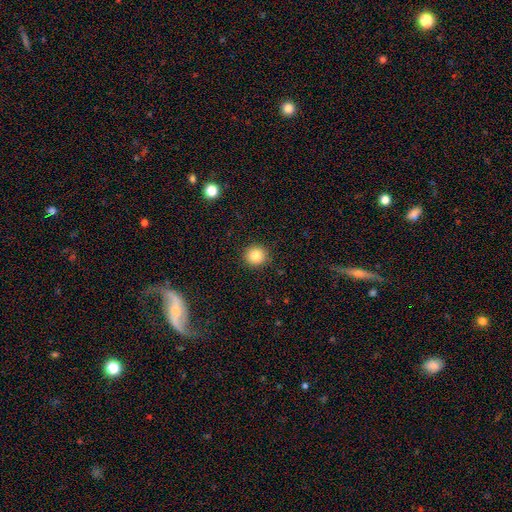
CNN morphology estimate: smooth 82%, star or artifact 11%, featured or disk 7%. Down the decision tree: how rounded — round (91%); merging — none (91%).